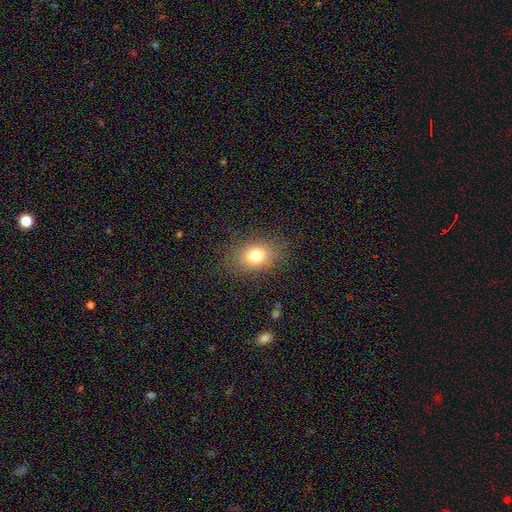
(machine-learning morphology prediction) A smooth galaxy with no disk features (77%) that is in between round and cigar-shaped (66%). Merging: none (84%).